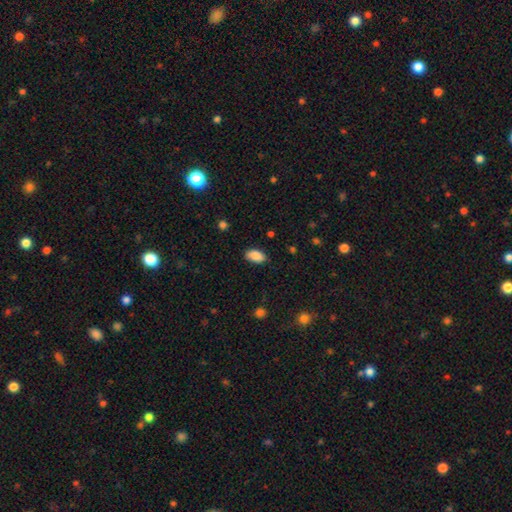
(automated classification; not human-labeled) This is clearly a smooth galaxy (89%). How rounded: clearly in between (94%). Merging: clearly none (84%).